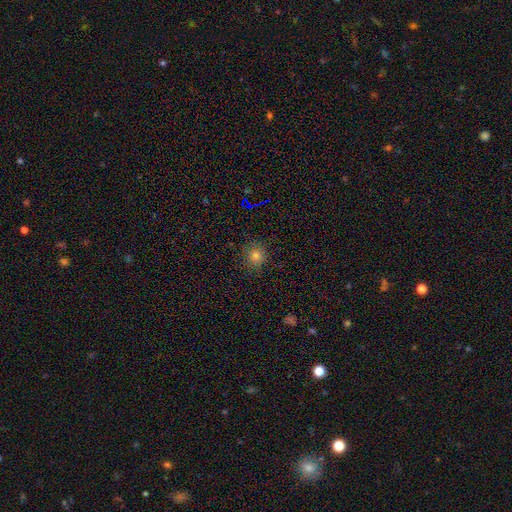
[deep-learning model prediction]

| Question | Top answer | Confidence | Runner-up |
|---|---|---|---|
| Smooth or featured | smooth | 73% | star or artifact (19%) |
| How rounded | round | 90% | in between (9%) |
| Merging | none | 87% | minor disturbance (9%) |